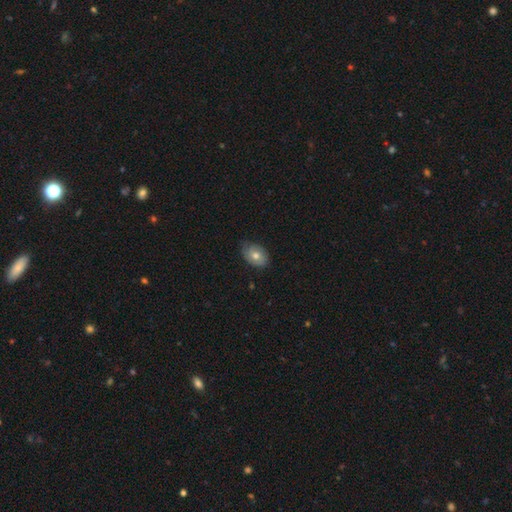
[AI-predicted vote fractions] Smooth or featured: smooth — 61% (featured or disk — 32%)
How rounded: in between — 76% (round — 23%)
Merging: none — 66% (minor disturbance — 28%)